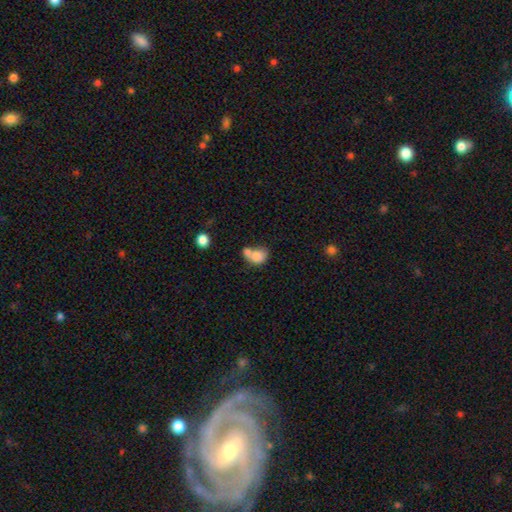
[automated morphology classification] type=smooth (77%); roundness=in between (53%); merging=merger (59%).